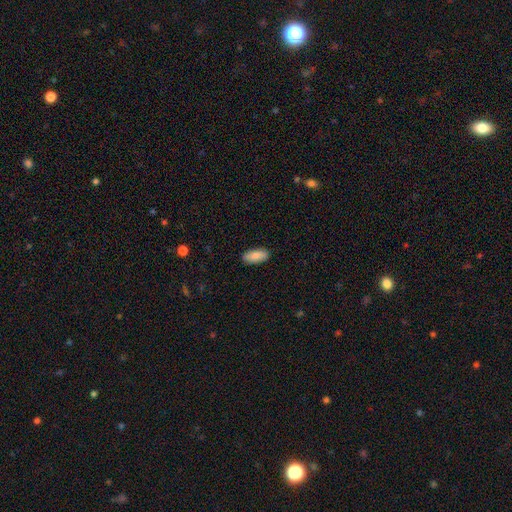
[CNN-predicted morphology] A smooth galaxy with no disk features (85%) that is in between round and cigar-shaped (87%). Merging: none (89%).